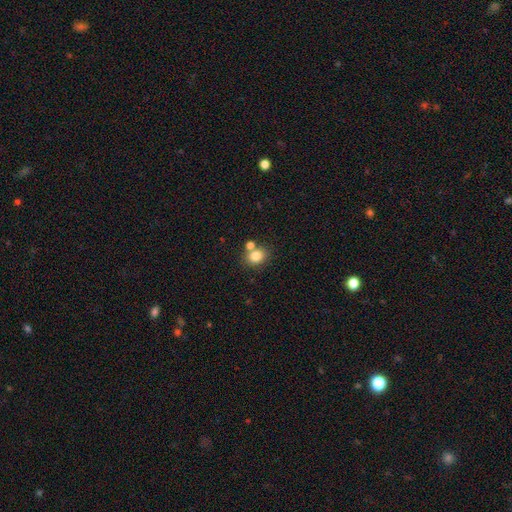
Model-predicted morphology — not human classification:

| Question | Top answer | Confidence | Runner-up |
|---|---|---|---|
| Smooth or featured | smooth | 81% | star or artifact (11%) |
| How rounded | round | 60% | in between (39%) |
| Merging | none | 64% | merger (23%) |